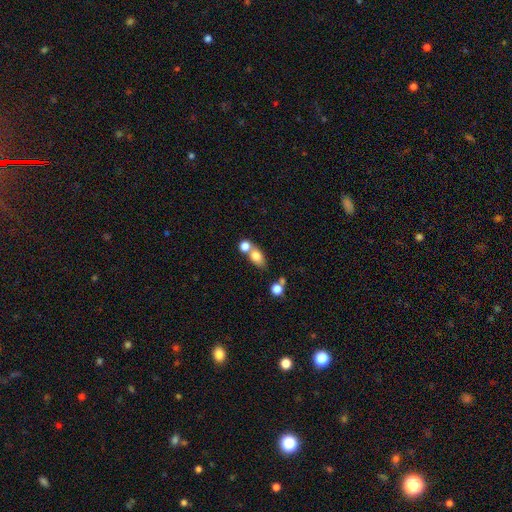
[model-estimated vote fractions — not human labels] A smooth galaxy with no disk features (77%) that is in between round and cigar-shaped (72%). Merging: none (44%).